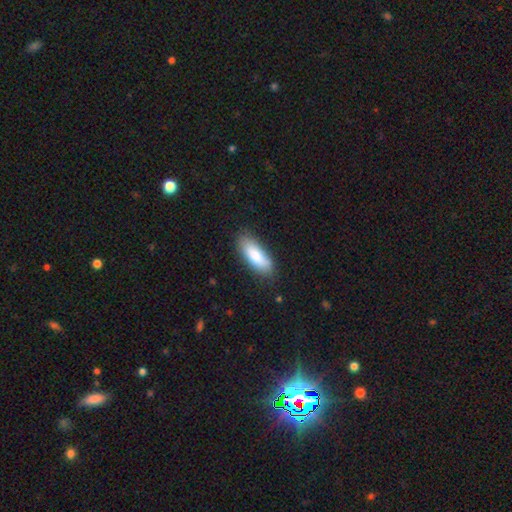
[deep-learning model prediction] smooth_or_featured: smooth (p=0.82) [alt: featured or disk p=0.12]
how_rounded: in between (p=0.72) [alt: cigar-shaped p=0.26]
merging: none (p=0.82) [alt: minor disturbance p=0.13]